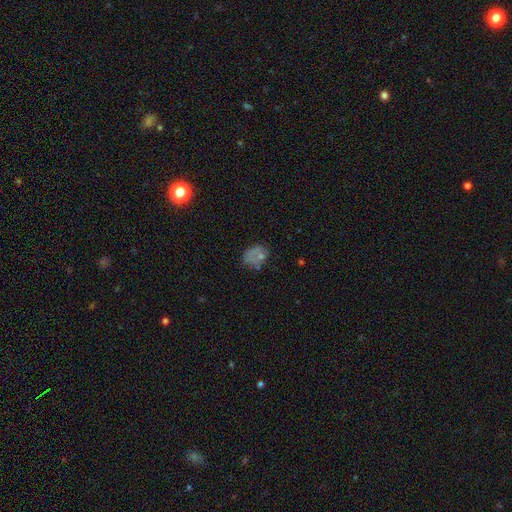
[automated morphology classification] Overall: smooth (56%; featured or disk 28%). How rounded: in between (66%; round 33%). Merging: none (47%; minor disturbance 25%).